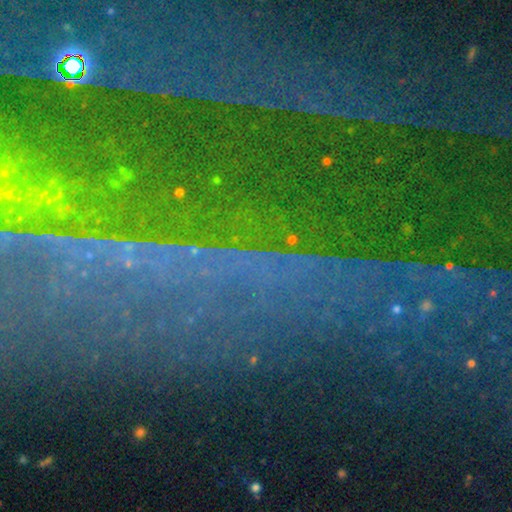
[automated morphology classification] This appears to be a star or artifact, not a galaxy (85%).